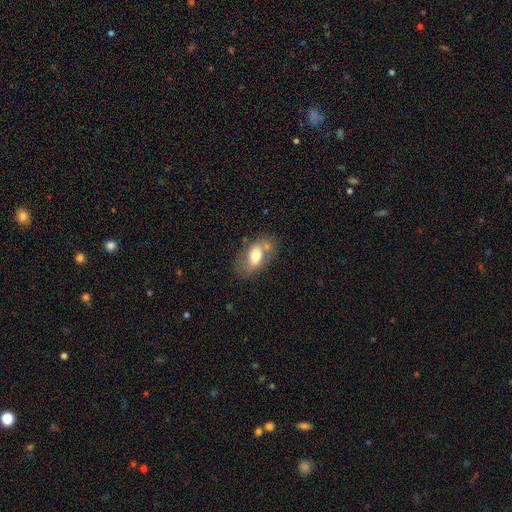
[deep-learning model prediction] This is likely a smooth galaxy (66%). How rounded: clearly in between (89%). Merging: likely none (61%).